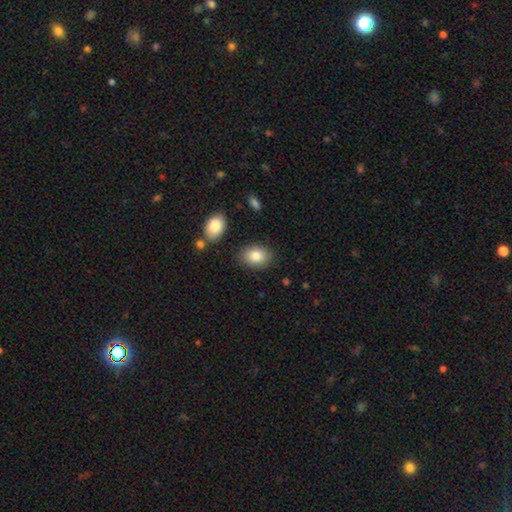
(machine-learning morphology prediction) The model was most divided on "how rounded": in between: 77%, round: 22%, cigar-shaped: 1%. More confident: smooth or featured — smooth (84%); merging — none (83%).